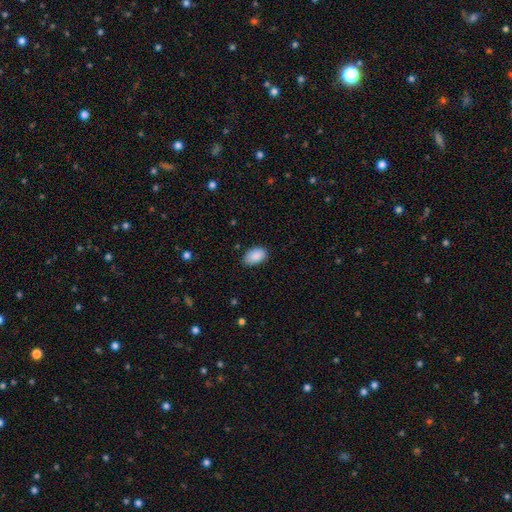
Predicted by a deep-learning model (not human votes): Morphology: type=smooth (90%); roundness=in between (90%); merging=none (82%).